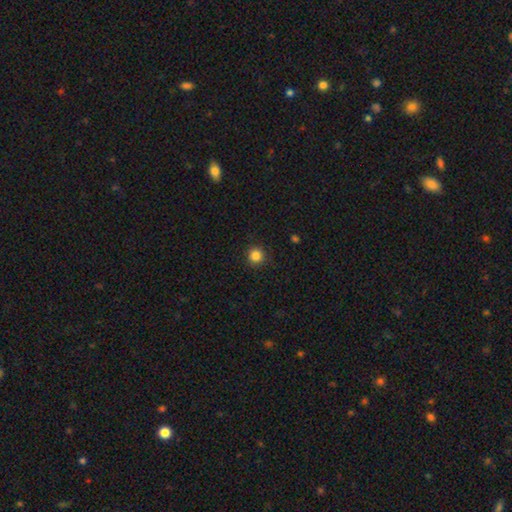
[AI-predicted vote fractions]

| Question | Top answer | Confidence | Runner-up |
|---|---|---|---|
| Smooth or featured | smooth | 85% | star or artifact (11%) |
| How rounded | round | 95% | in between (4%) |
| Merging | none | 90% | minor disturbance (7%) |